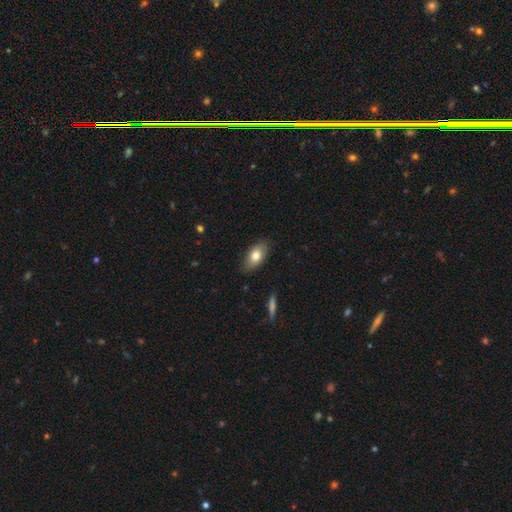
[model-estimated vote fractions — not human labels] Smooth or featured: smooth — 77% (featured or disk — 17%)
How rounded: in between — 90% (cigar-shaped — 5%)
Merging: none — 84% (minor disturbance — 13%)